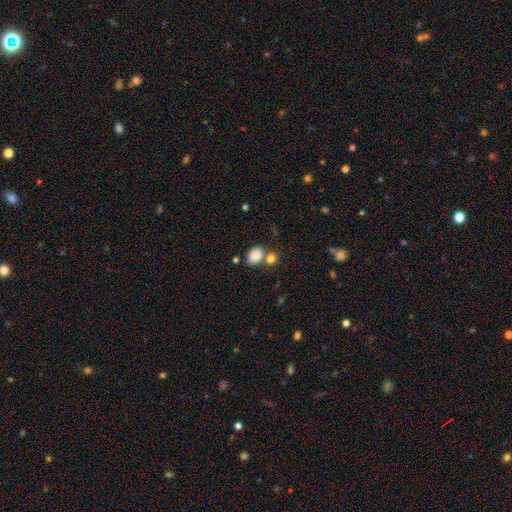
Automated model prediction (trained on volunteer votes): Smooth or featured: smooth — 86% (star or artifact — 9%)
How rounded: in between — 72% (round — 27%)
Merging: none — 55% (merger — 27%)